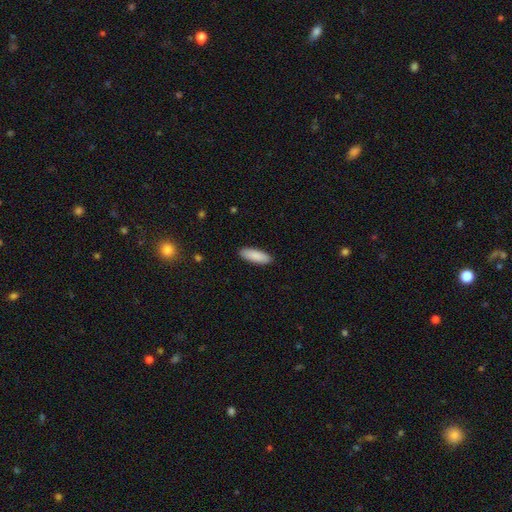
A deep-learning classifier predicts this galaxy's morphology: Smooth or featured? smooth (90%)
How rounded? in between (60%)
Merging? none (91%)